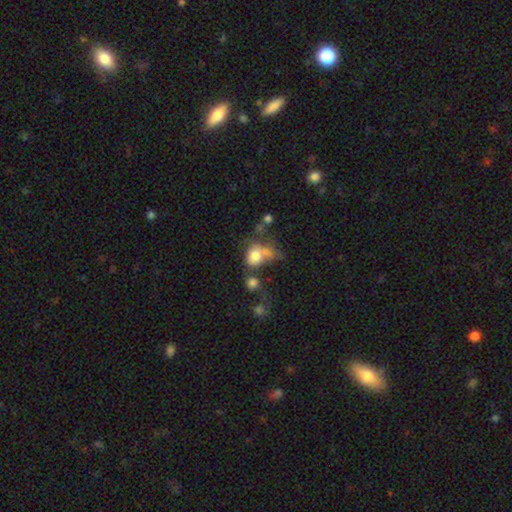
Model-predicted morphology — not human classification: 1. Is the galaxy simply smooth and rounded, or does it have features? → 68% smooth, 20% featured or disk, 12% star or artifact.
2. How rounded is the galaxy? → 51% round, 48% in between, 1% cigar-shaped.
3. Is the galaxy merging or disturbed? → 44% merger, 23% none, 20% major disturbance, 13% minor disturbance.